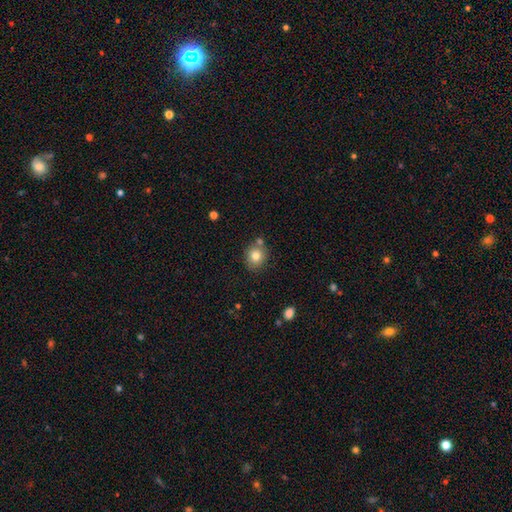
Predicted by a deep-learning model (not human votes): smooth_or_featured: smooth (p=0.79) [alt: featured or disk p=0.11]
how_rounded: round (p=0.74) [alt: in between p=0.25]
merging: none (p=0.73) [alt: merger p=0.13]